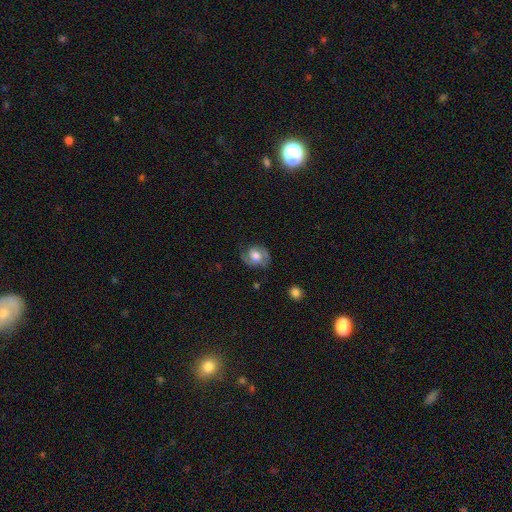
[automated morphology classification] Smooth or featured? Predicted: featured or disk (p=0.61). Edge-on disk? Predicted: no (p=0.97). Bar? Predicted: no (p=0.62). Spiral arms? Predicted: yes (p=0.88). Spiral winding? Predicted: medium (p=0.46). Spiral arm count? Predicted: 2 (p=0.82). Bulge size? Predicted: moderate (p=0.49). Merging? Predicted: none (p=0.69).